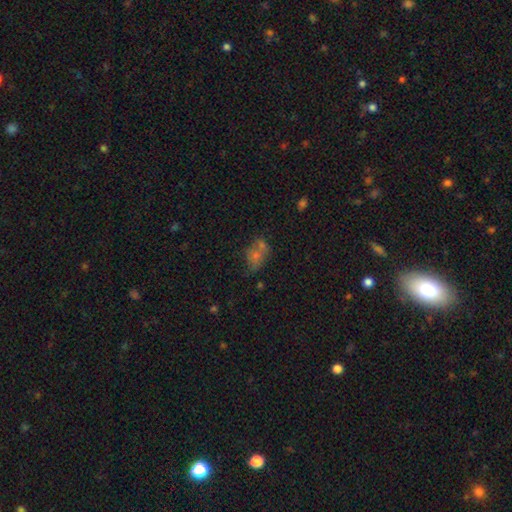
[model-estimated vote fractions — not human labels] This appears to be a smooth galaxy with no disk features (52%) that is in between round and cigar-shaped (66%). Merging: none (41%).